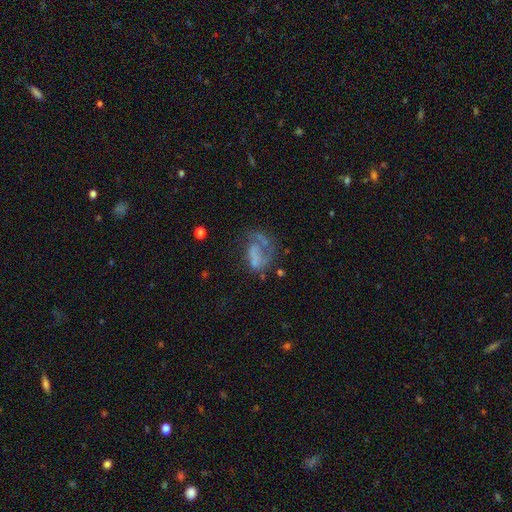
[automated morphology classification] featured or disk 52%, smooth 34%, star or artifact 14%. Down the decision tree: edge-on disk — no (98%); bar — no (83%); spiral arms — no (65%); bulge size — none (74%); merging — major disturbance (47%).